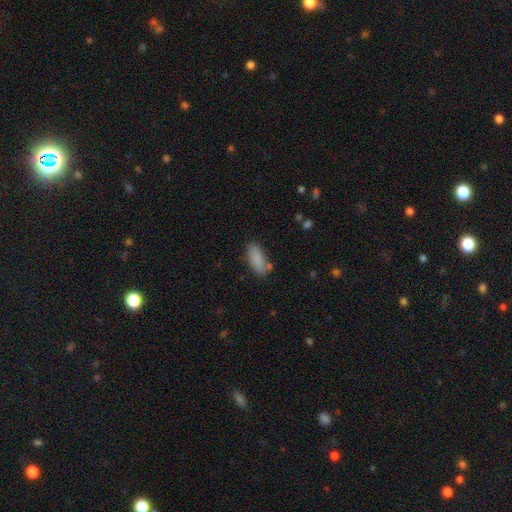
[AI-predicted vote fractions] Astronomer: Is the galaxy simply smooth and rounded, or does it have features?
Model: smooth — 87%.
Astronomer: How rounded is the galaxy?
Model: in between — 75%.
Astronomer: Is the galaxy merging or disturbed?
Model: none — 79%.